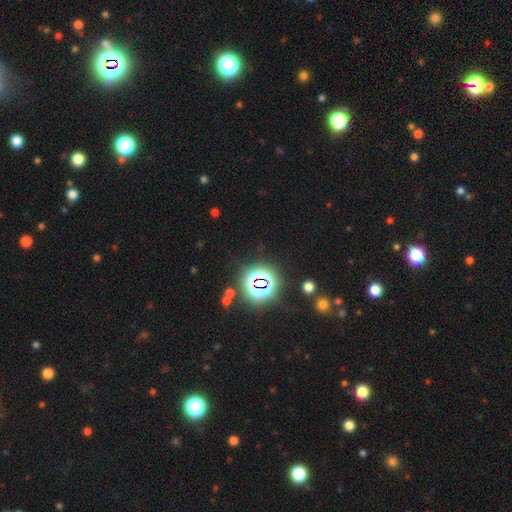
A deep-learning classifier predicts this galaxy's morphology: Q: Smooth or featured?
A: star or artifact (81%); runner-up: smooth (13%)